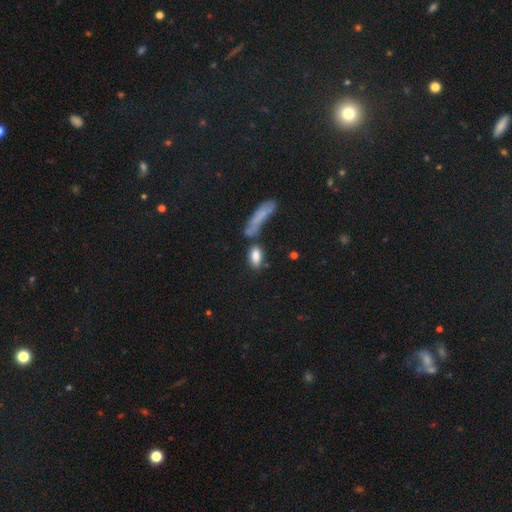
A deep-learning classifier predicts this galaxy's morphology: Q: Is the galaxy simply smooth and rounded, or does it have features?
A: smooth — 82%.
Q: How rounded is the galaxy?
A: in between — 82%.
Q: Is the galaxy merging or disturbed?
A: none — 59%.